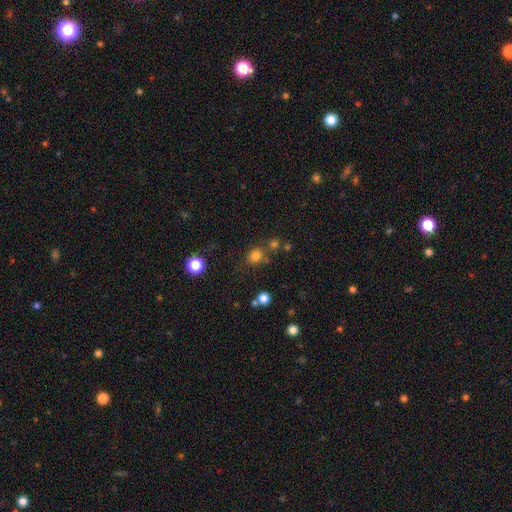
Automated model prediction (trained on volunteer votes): The model was most divided on "how rounded": round: 67%, in between: 32%, cigar-shaped: 1%. More confident: smooth or featured — smooth (77%); merging — none (70%).